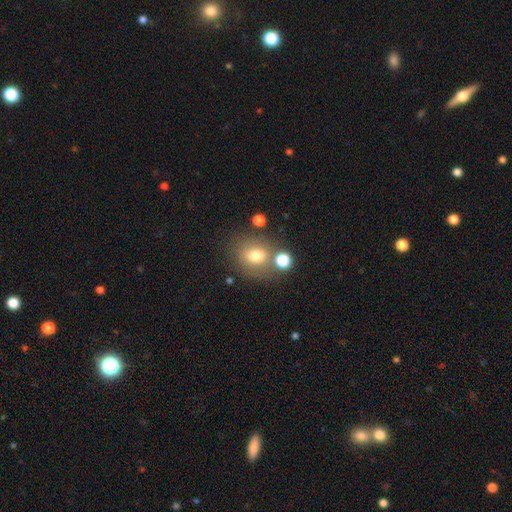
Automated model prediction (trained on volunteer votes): smooth-or-featured: smooth: 72% | featured or disk: 15% | star or artifact: 13%
  how-rounded: round: 65% | in between: 34% | cigar-shaped: 1%
  merging: none: 67% | minor disturbance: 14% | merger: 13% | major disturbance: 6%